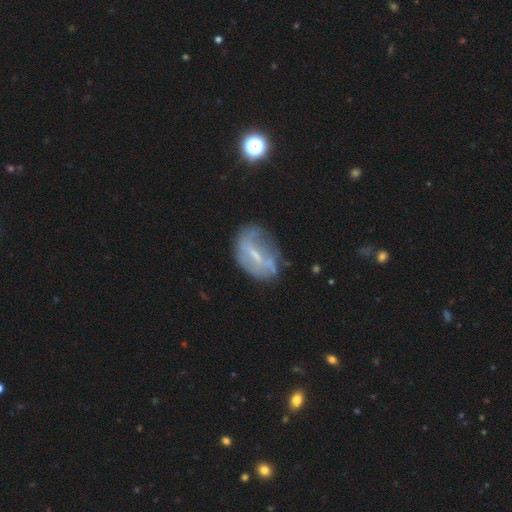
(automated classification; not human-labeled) This appears to be a featured or disk galaxy (64%) with a weak bar (47%), spiral arms (51%) and a small central bulge (55%). Merging: none (51%).